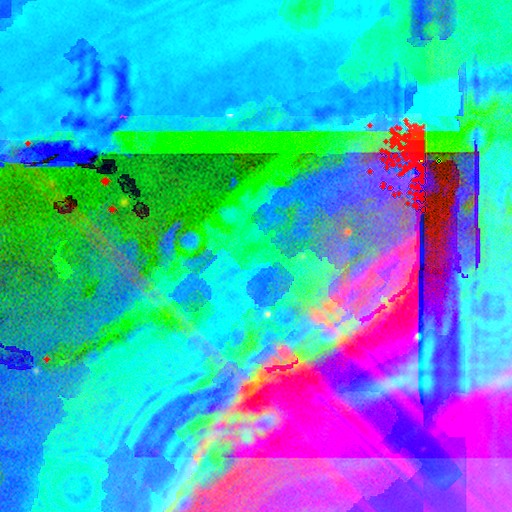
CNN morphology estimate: Smooth or featured? Predicted: star or artifact (p=0.84).